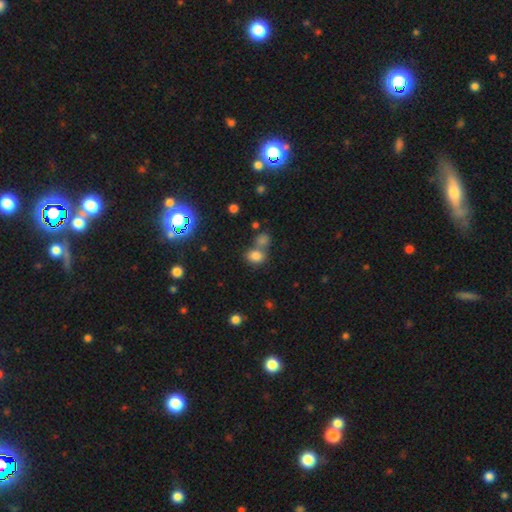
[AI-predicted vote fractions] This is likely a smooth galaxy (77%). How rounded: possibly in between (55%). Merging: possibly none (48%).